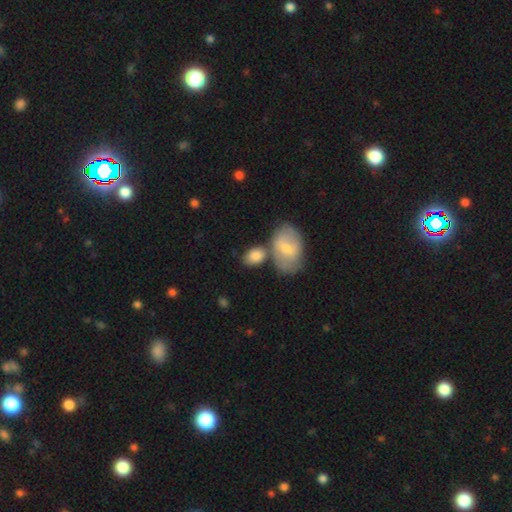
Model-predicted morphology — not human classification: Smooth or featured? Predicted: smooth (p=0.79). How rounded? Predicted: in between (p=0.79). Merging? Predicted: none (p=0.51).